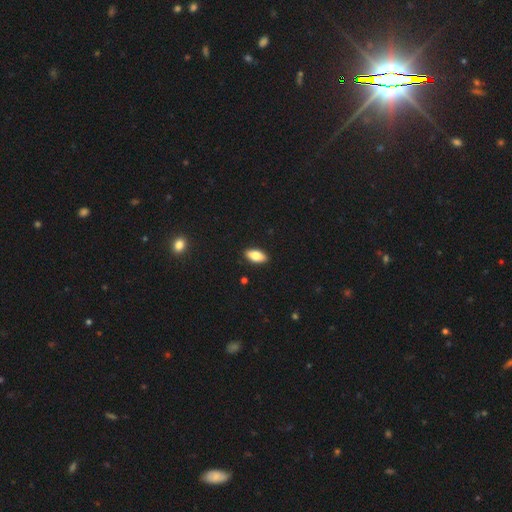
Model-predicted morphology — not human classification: Overall: smooth (80%). How rounded: in between (89%). Merging: none (90%).